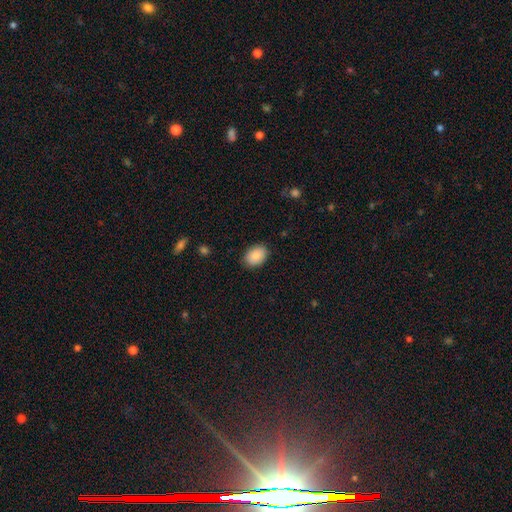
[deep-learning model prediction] Smooth or featured: smooth — 88% (star or artifact — 7%)
How rounded: in between — 79% (round — 20%)
Merging: none — 87% (minor disturbance — 10%)